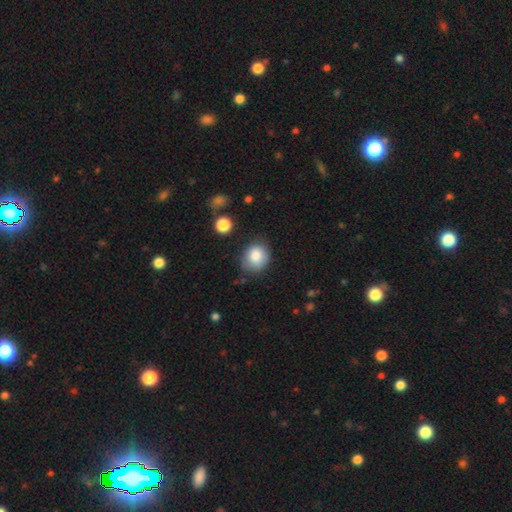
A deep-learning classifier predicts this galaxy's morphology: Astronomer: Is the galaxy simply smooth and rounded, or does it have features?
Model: smooth — 83%.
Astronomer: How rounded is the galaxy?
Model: round — 64%.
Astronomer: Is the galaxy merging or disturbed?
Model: none — 70%.